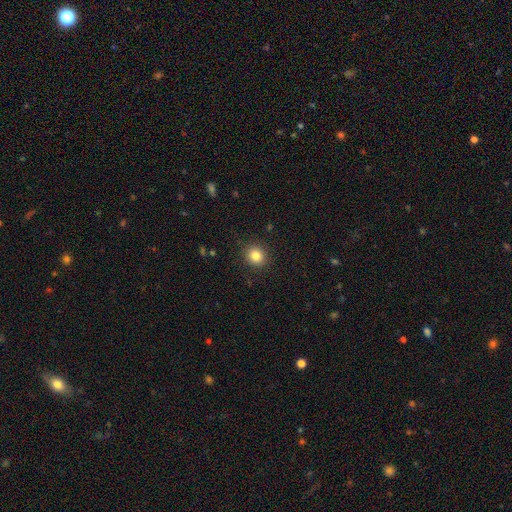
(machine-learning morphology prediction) smooth 83%, star or artifact 11%, featured or disk 6%. Down the decision tree: how rounded — round (87%); merging — none (91%).